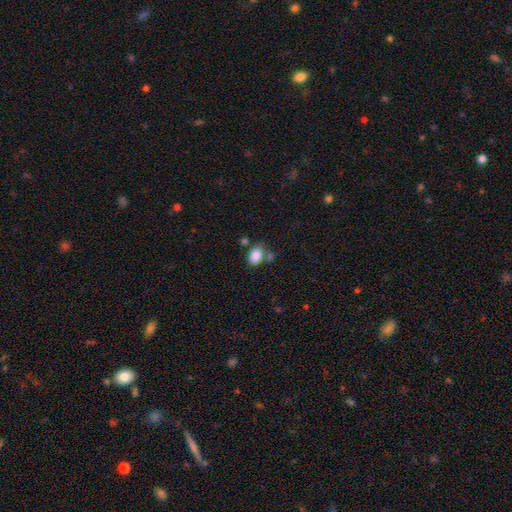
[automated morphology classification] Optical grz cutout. It shows a smooth galaxy with no disk features (86%) that is in between round and cigar-shaped (81%). Merging: none (61%).